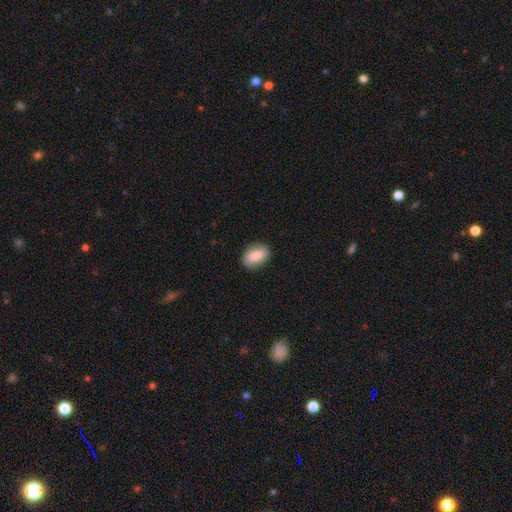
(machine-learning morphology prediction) Q: Smooth or featured?
A: smooth (87%); runner-up: featured or disk (7%)
Q: How rounded?
A: in between (89%); runner-up: round (9%)
Q: Merging?
A: none (85%); runner-up: minor disturbance (11%)